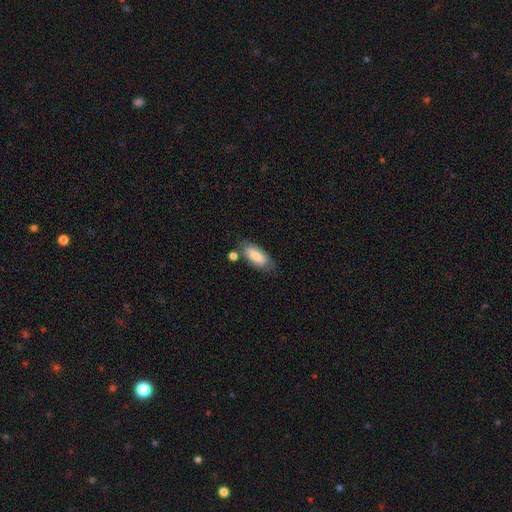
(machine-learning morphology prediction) A smooth galaxy with no disk features (75%) that is in between round and cigar-shaped (83%).

Vote fractions:
- Smooth or featured? smooth: 75% / featured or disk: 18% / star or artifact: 7%
- How rounded? in between: 83% / cigar-shaped: 14% / round: 2%
- Merging? none: 71% / minor disturbance: 17% / merger: 8% / major disturbance: 4%